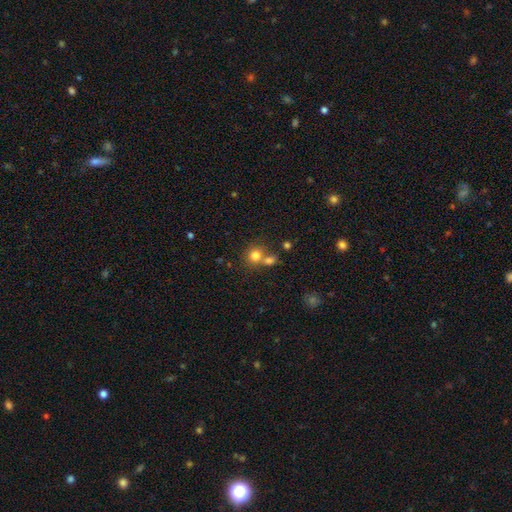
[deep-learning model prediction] smooth_or_featured: smooth (p=0.78) [alt: star or artifact p=0.12]
how_rounded: round (p=0.81) [alt: in between p=0.18]
merging: none (p=0.47) [alt: merger p=0.41]